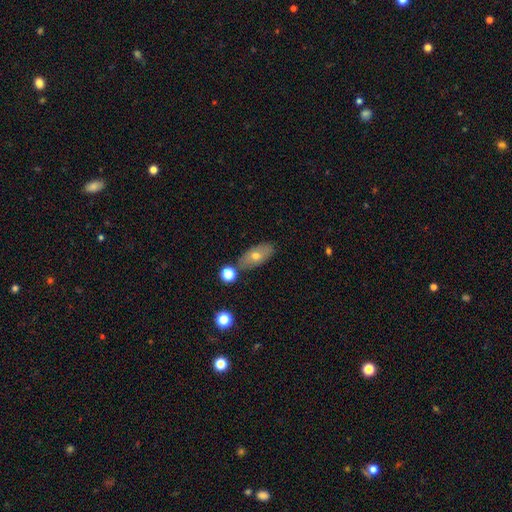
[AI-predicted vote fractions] Smooth or featured? smooth (64%)
How rounded? in between (83%)
Merging? none (75%)